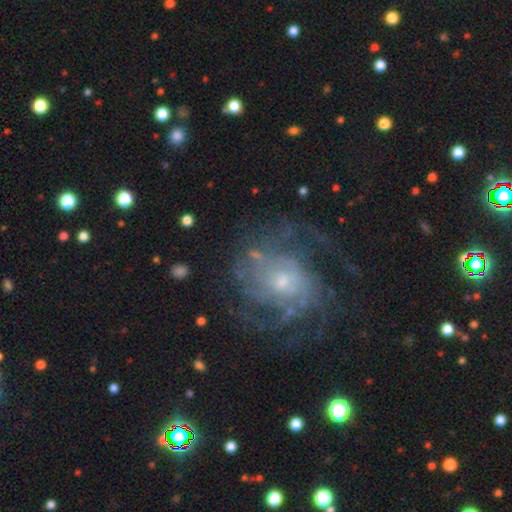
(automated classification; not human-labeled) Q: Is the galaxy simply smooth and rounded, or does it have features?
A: featured or disk — 81%.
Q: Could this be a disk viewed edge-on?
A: no — 97%.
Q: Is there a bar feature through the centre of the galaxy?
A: no — 72%.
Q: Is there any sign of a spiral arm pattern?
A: yes — 91%.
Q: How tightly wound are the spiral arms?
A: tight — 46%.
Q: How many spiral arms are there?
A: can't tell — 40%.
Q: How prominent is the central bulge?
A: small — 59%.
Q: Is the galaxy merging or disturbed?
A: none — 67%.